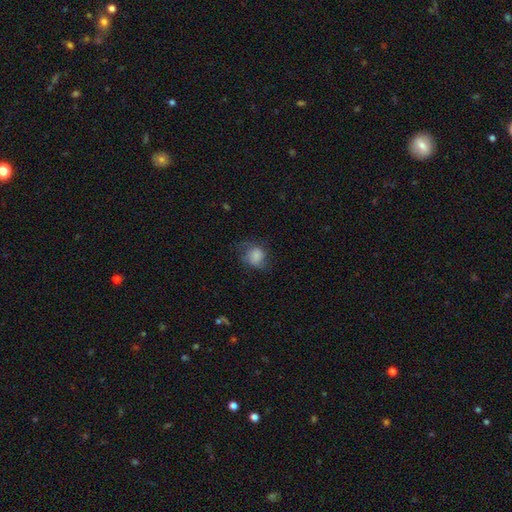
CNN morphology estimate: Smooth or featured?
  - smooth: 75% *
  - featured or disk: 15%
  - star or artifact: 9%
How rounded?
  - round: 62% *
  - in between: 37%
  - cigar-shaped: 1%
Merging?
  - none: 51% *
  - minor disturbance: 28%
  - major disturbance: 20%
  - merger: 1%